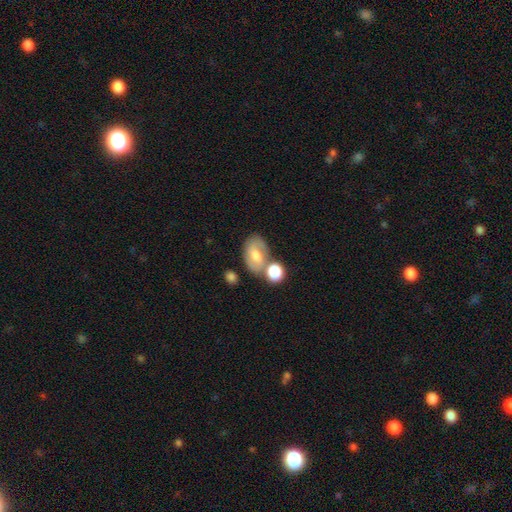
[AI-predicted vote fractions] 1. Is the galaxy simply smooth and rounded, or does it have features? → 49% smooth, 42% featured or disk, 9% star or artifact.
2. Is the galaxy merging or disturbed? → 48% none, 27% merger, 17% minor disturbance, 8% major disturbance.